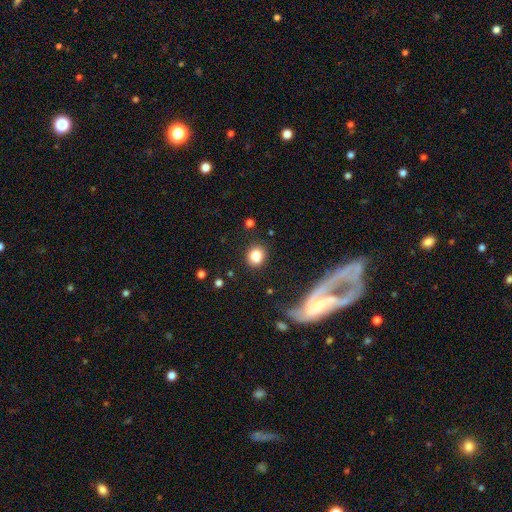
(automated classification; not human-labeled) Smooth or featured: smooth — 80% (star or artifact — 10%)
How rounded: round — 72% (in between — 26%)
Merging: none — 82% (minor disturbance — 11%)